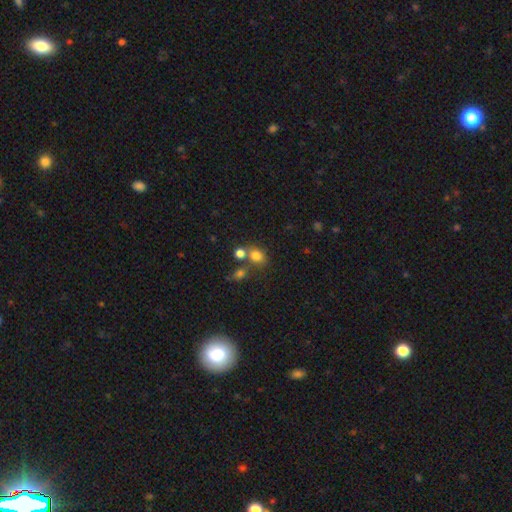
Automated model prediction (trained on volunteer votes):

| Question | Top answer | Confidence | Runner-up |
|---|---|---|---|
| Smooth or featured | smooth | 77% | star or artifact (14%) |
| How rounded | round | 50% | in between (49%) |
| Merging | none | 53% | merger (29%) |